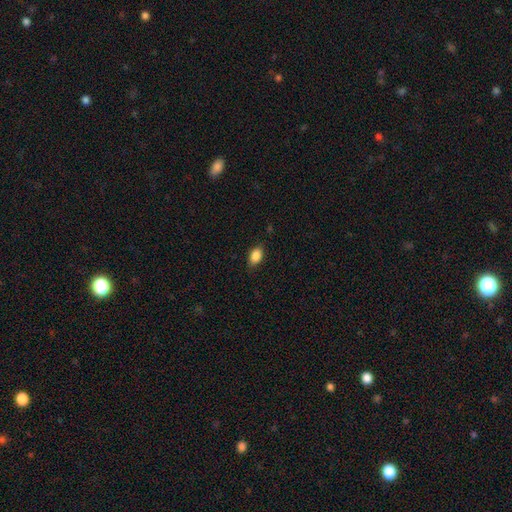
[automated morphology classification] A smooth galaxy with no disk features (87%) that is in between round and cigar-shaped (87%).

Vote fractions:
- Smooth or featured? smooth: 87% / star or artifact: 8% / featured or disk: 5%
- How rounded? in between: 87% / round: 11% / cigar-shaped: 2%
- Merging? none: 85% / minor disturbance: 12% / major disturbance: 3% / merger: 1%